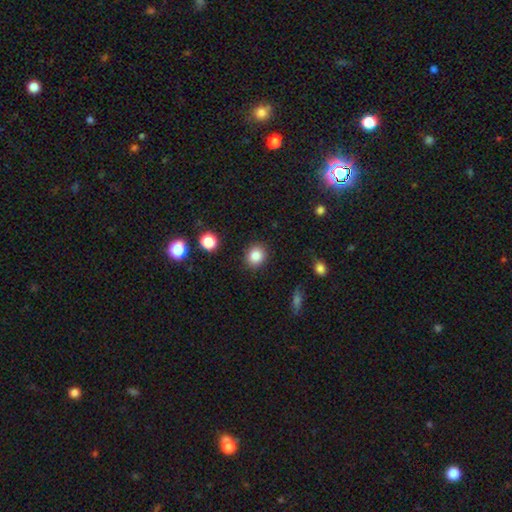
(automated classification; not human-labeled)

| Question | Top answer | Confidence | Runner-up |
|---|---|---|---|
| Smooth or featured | smooth | 85% | star or artifact (10%) |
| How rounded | round | 74% | in between (25%) |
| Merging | none | 89% | minor disturbance (7%) |